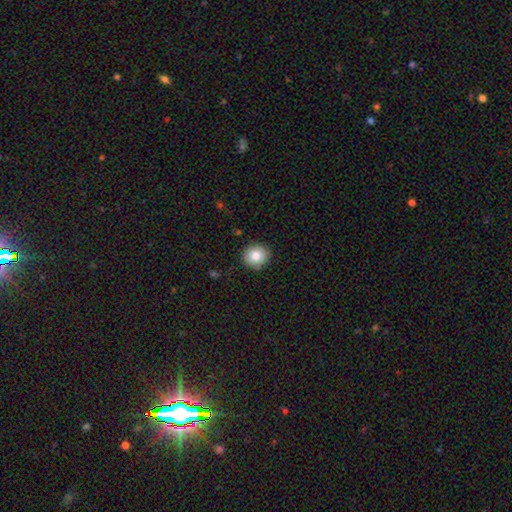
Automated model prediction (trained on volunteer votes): Smooth or featured: smooth — 83% (star or artifact — 9%)
How rounded: round — 89% (in between — 10%)
Merging: none — 89% (minor disturbance — 8%)